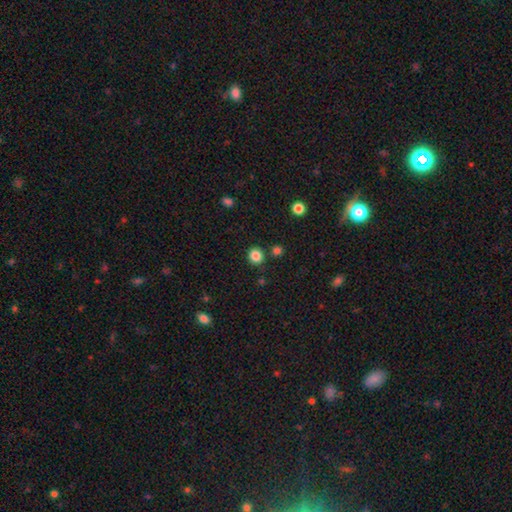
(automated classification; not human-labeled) Q: Smooth or featured?
A: smooth (85%); runner-up: star or artifact (11%)
Q: How rounded?
A: round (86%); runner-up: in between (13%)
Q: Merging?
A: none (86%); runner-up: minor disturbance (7%)